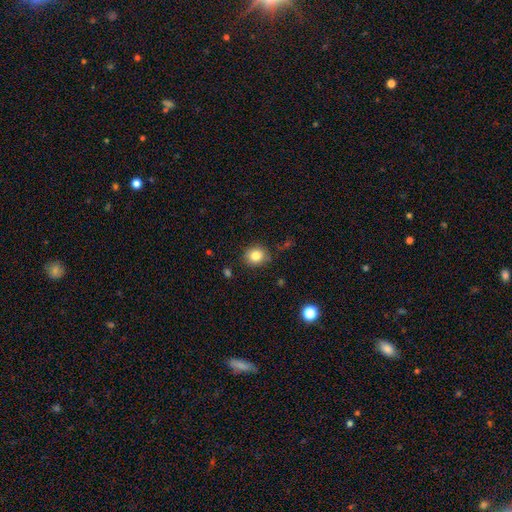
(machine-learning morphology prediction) A smooth galaxy with no disk features (83%) that is round (79%).

Vote fractions:
- Smooth or featured? smooth: 83% / star or artifact: 10% / featured or disk: 7%
- How rounded? round: 79% / in between: 20% / cigar-shaped: 1%
- Merging? none: 85% / minor disturbance: 11% / major disturbance: 3% / merger: 2%